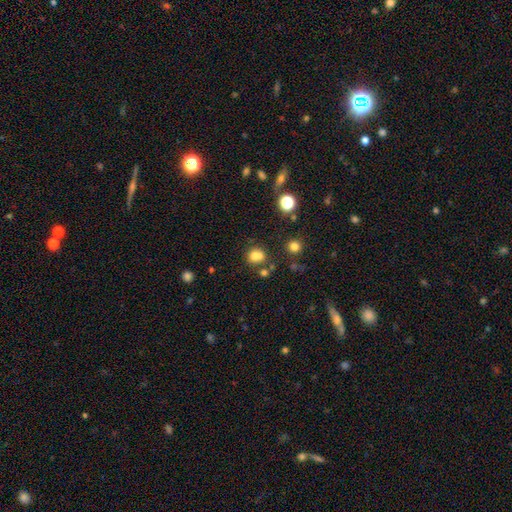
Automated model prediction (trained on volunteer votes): This is likely a smooth galaxy (74%). How rounded: likely round (73%). Merging: possibly none (55%).